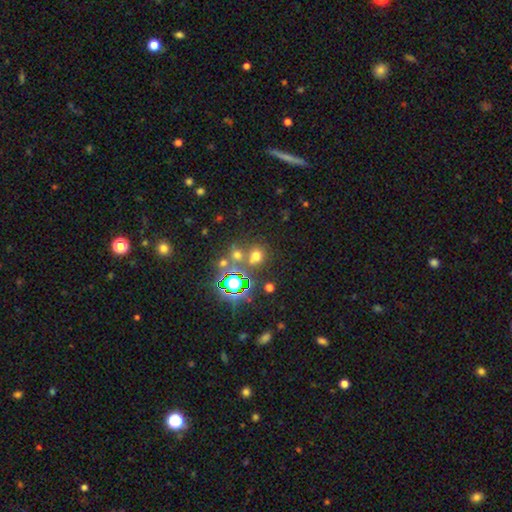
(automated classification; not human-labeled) Morphology: type=smooth (56%); roundness=round (79%); merging=none (64%).